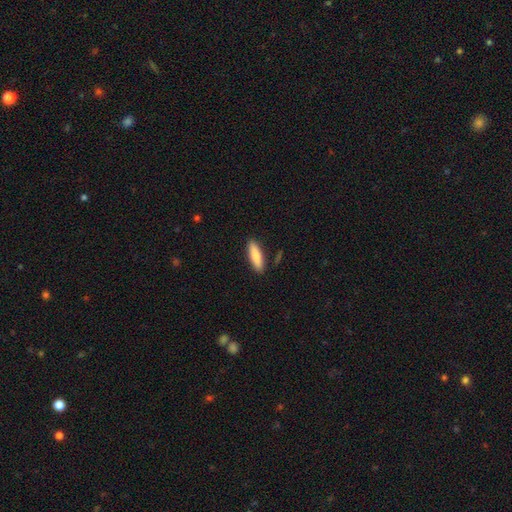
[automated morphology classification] smooth 84%, featured or disk 11%, star or artifact 6%. Down the decision tree: how rounded — cigar-shaped (62%); merging — none (87%).